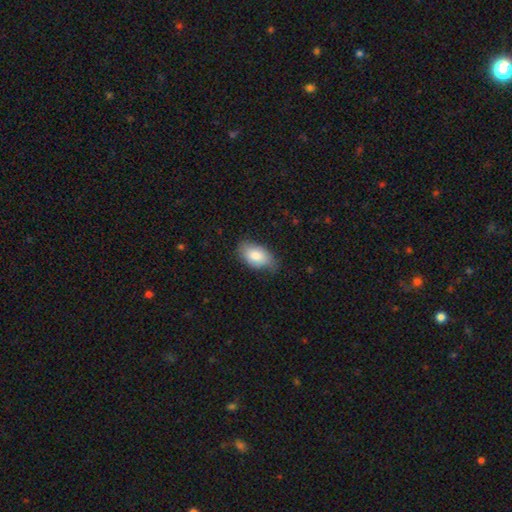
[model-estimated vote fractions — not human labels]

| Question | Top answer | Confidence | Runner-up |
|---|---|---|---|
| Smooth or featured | smooth | 82% | featured or disk (11%) |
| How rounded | in between | 93% | round (5%) |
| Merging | none | 67% | minor disturbance (28%) |